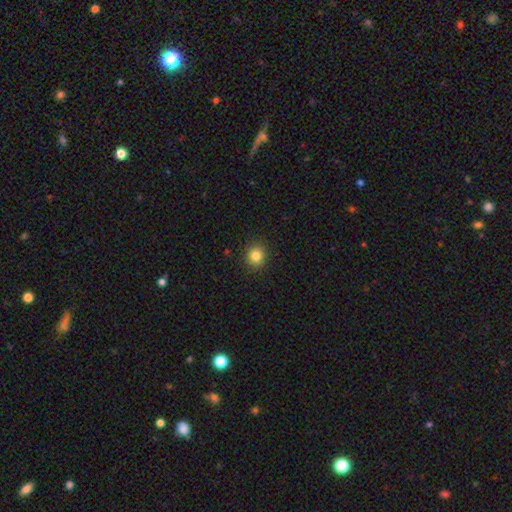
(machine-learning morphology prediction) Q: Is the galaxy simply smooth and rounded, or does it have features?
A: smooth — 83%.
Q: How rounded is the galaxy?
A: round — 81%.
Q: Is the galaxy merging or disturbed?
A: none — 91%.